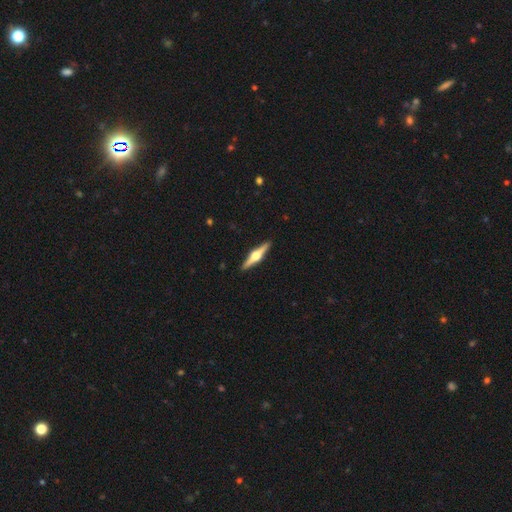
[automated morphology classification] A featured or disk galaxy (79%) viewed edge-on (98%) with a rounded central bulge (95%). Merging: none (92%).